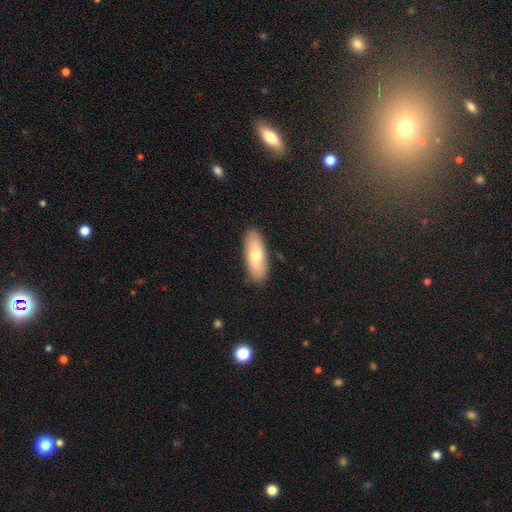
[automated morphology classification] smooth_or_featured: smooth (p=0.72) [alt: featured or disk p=0.23]
how_rounded: in between (p=0.74) [alt: cigar-shaped p=0.24]
merging: none (p=0.88) [alt: minor disturbance p=0.09]